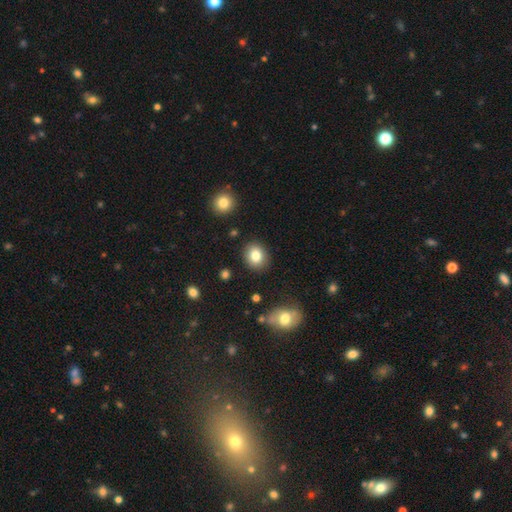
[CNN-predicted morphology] Smooth or featured? Predicted: smooth (p=0.82). How rounded? Predicted: round (p=0.71). Merging? Predicted: none (p=0.88).